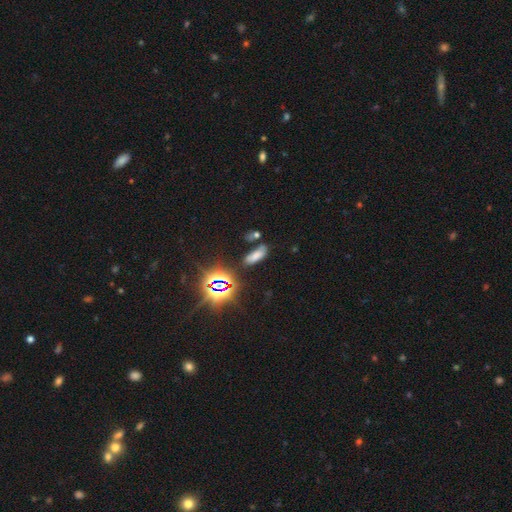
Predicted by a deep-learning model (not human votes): A smooth galaxy with no disk features (58%) that is in between round and cigar-shaped (73%).

Vote fractions:
- Smooth or featured? smooth: 58% / star or artifact: 31% / featured or disk: 10%
- How rounded? in between: 73% / cigar-shaped: 21% / round: 5%
- Merging? none: 60% / minor disturbance: 16% / merger: 16% / major disturbance: 8%